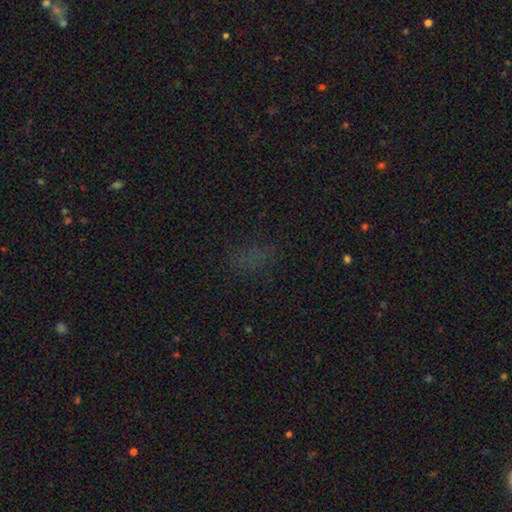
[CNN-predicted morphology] A smooth galaxy with no disk features (48%).

Vote fractions:
- Smooth or featured? smooth: 48% / star or artifact: 42% / featured or disk: 10%
- Merging? none: 77% / minor disturbance: 13% / major disturbance: 8% / merger: 2%